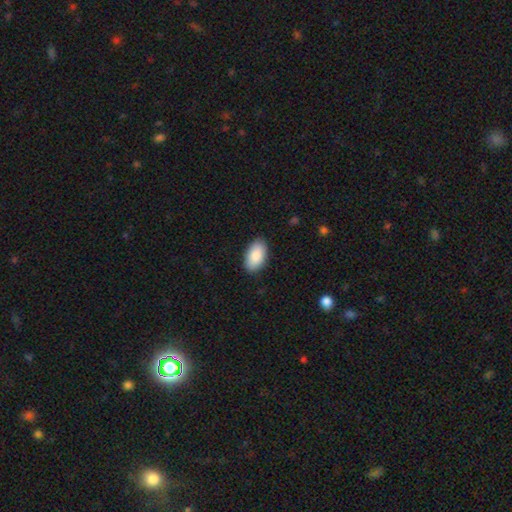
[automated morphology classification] The model was most divided on "merging": none: 88%, minor disturbance: 9%, major disturbance: 2%, merger: 1%. More confident: how rounded — in between (96%); smooth or featured — smooth (89%).